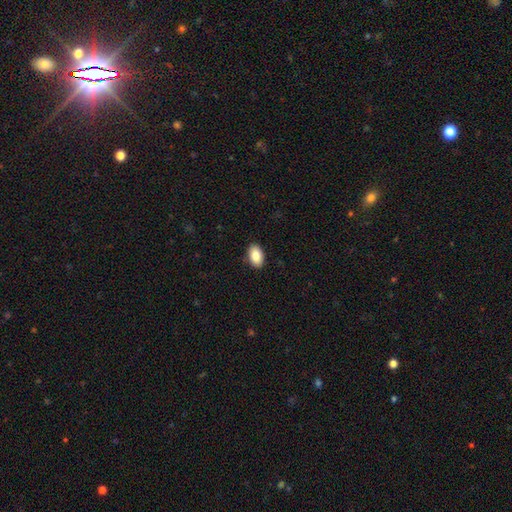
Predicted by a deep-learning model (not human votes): Smooth or featured: smooth — 85% (featured or disk — 8%)
How rounded: in between — 92% (round — 7%)
Merging: none — 90% (minor disturbance — 7%)